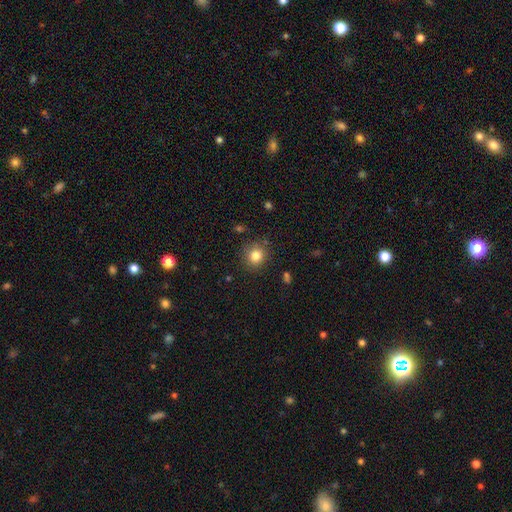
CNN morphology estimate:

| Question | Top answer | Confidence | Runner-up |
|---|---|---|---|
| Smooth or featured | smooth | 82% | star or artifact (11%) |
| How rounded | round | 88% | in between (12%) |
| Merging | none | 85% | minor disturbance (10%) |